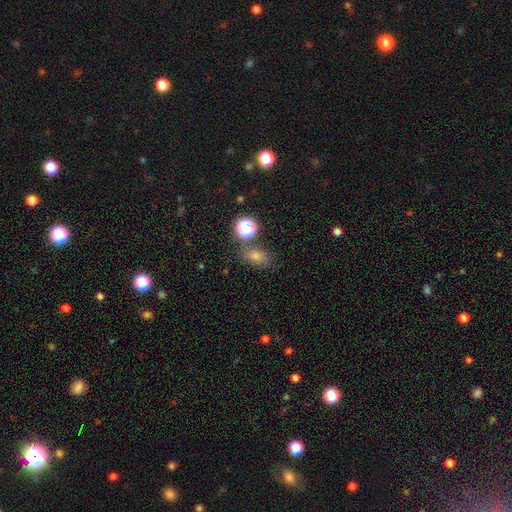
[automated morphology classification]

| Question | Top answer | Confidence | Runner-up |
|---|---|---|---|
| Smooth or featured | smooth | 58% | star or artifact (31%) |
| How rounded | in between | 69% | round (28%) |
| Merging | none | 76% | minor disturbance (12%) |